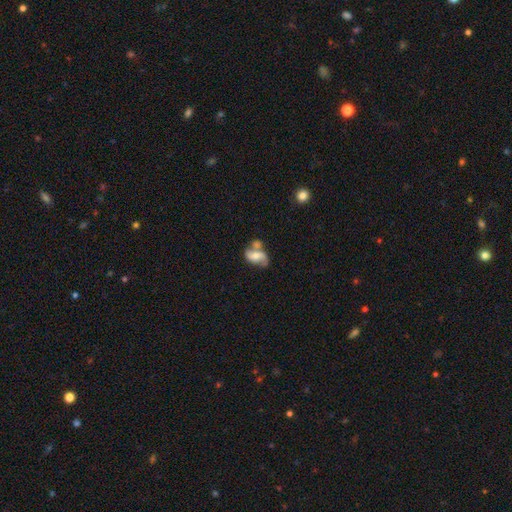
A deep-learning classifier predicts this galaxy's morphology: The model was most divided on "merging": merger: 39%, none: 35%, minor disturbance: 17%, major disturbance: 10%. More confident: edge-on disk — no (96%); spiral arms — yes (80%); smooth or featured — featured or disk (55%); bar — no (52%); bulge size — moderate (52%).